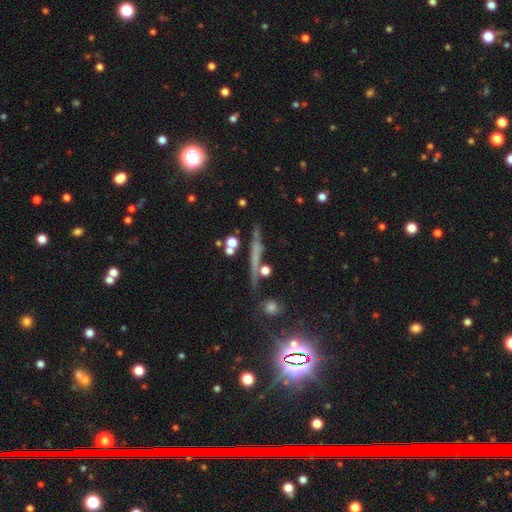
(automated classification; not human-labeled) Smooth or featured?
  - featured or disk: 45% *
  - smooth: 30%
  - star or artifact: 25%
Merging?
  - none: 76% *
  - minor disturbance: 13%
  - merger: 7%
  - major disturbance: 5%